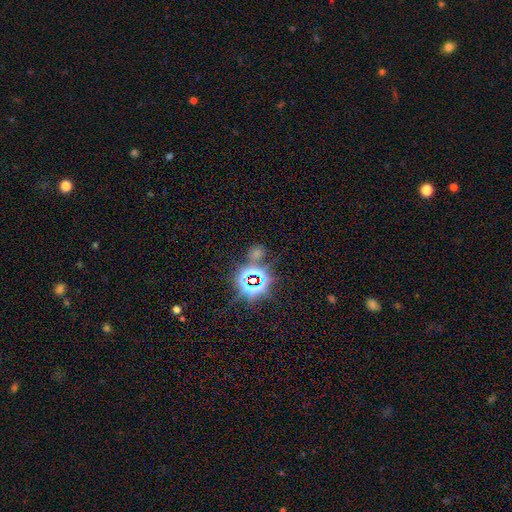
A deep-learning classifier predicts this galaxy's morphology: Smooth or featured? star or artifact (67%)